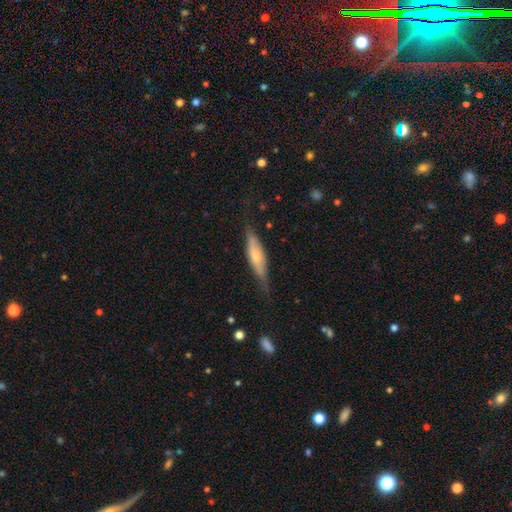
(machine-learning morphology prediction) This is possibly a featured or disk galaxy (56%). It is clearly viewed edge-on (84%). Merging: likely none (73%).